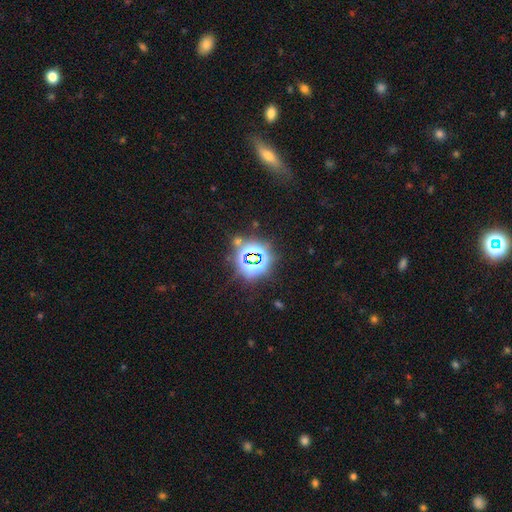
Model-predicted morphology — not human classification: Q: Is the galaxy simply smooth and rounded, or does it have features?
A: star or artifact — 73%.